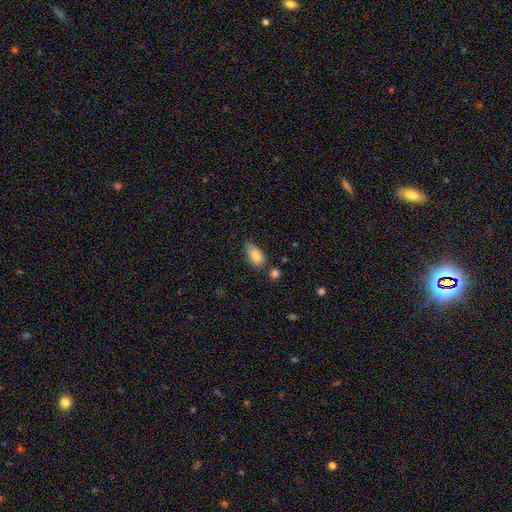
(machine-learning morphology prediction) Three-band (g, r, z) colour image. It shows a smooth galaxy with no disk features (84%) that is in between round and cigar-shaped (91%). Merging: none (61%).